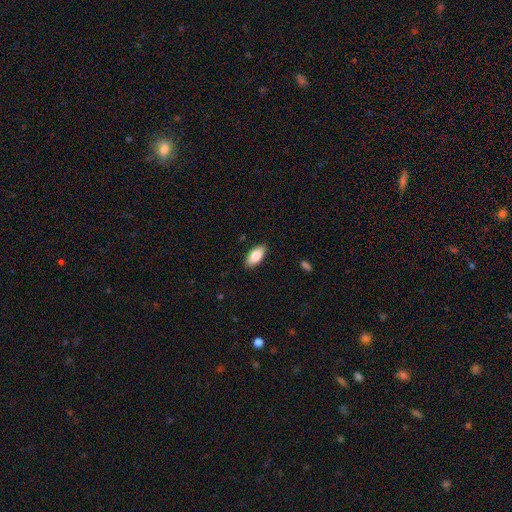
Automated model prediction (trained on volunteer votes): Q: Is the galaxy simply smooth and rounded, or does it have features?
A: smooth — 84%.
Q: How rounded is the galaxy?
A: in between — 92%.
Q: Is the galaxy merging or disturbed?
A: none — 88%.